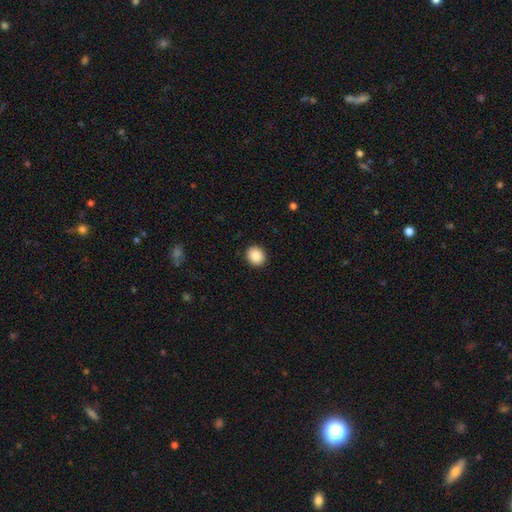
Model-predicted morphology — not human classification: Overall: smooth (87%). How rounded: round (70%). Merging: none (91%).